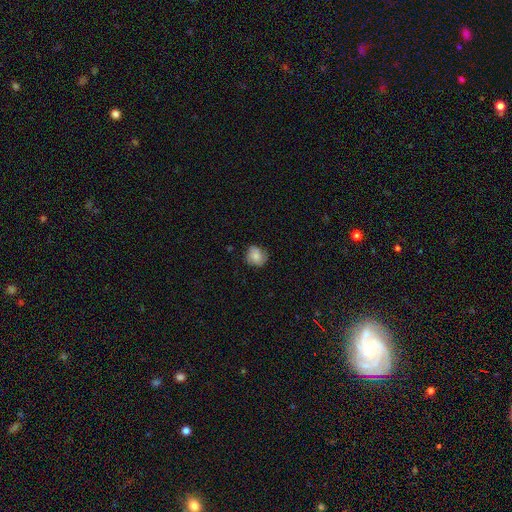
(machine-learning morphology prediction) This is likely a smooth galaxy (71%). How rounded: clearly round (80%). Merging: likely none (74%).